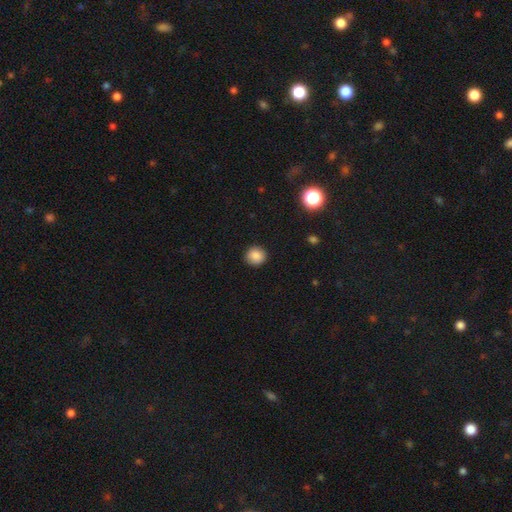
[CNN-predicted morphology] The model was most divided on "smooth or featured": smooth: 87%, star or artifact: 10%, featured or disk: 4%. More confident: how rounded — round (92%); merging — none (91%).